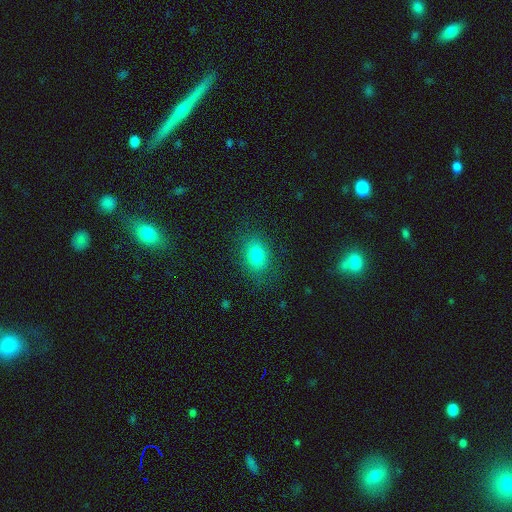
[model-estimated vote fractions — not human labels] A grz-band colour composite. It shows a smooth galaxy with no disk features (80%) that is in between round and cigar-shaped (69%). Merging: none (82%).